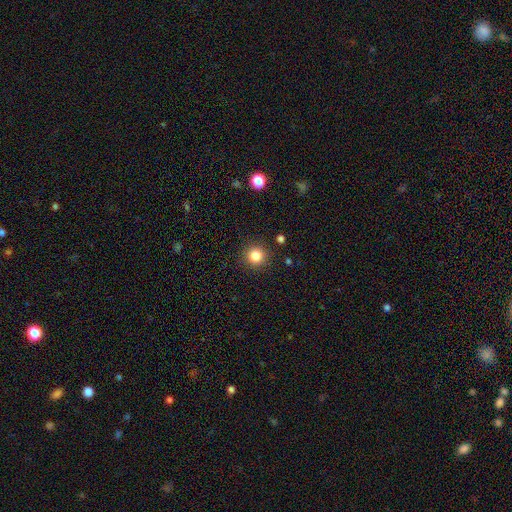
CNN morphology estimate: smooth 84%, star or artifact 11%, featured or disk 5%. Down the decision tree: how rounded — round (94%); merging — none (90%).